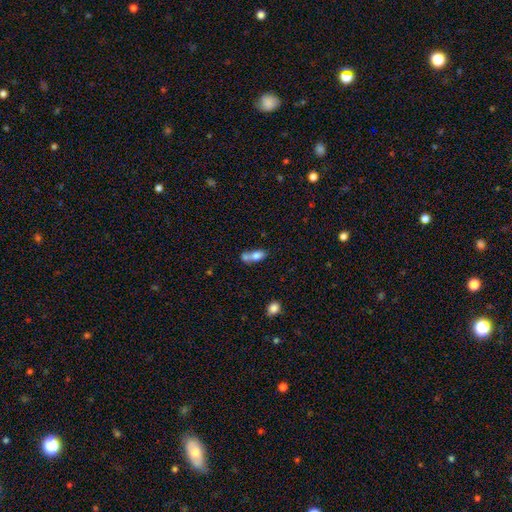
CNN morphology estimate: A smooth galaxy with no disk features (75%) that is in between round and cigar-shaped (79%). Merging: merger (64%).